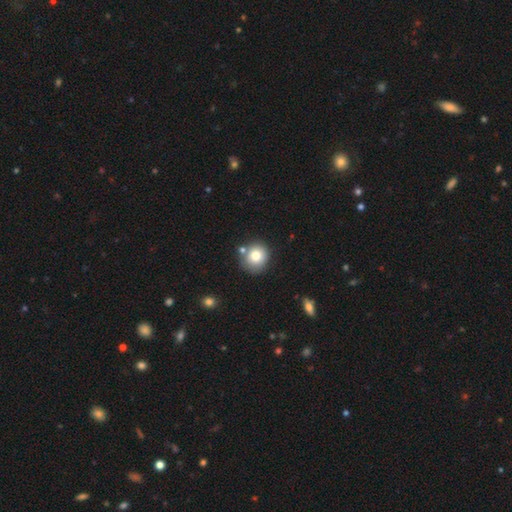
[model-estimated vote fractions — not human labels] This is likely a smooth galaxy (78%). How rounded: clearly round (85%). Merging: likely none (73%).